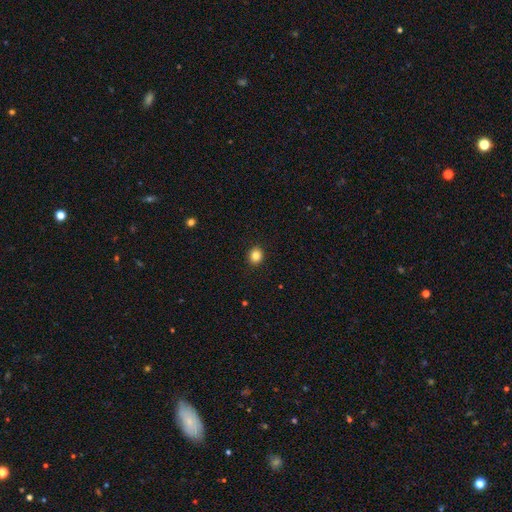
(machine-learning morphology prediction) smooth_or_featured: smooth (p=0.85) [alt: star or artifact p=0.11]
how_rounded: round (p=0.78) [alt: in between p=0.22]
merging: none (p=0.92) [alt: minor disturbance p=0.05]